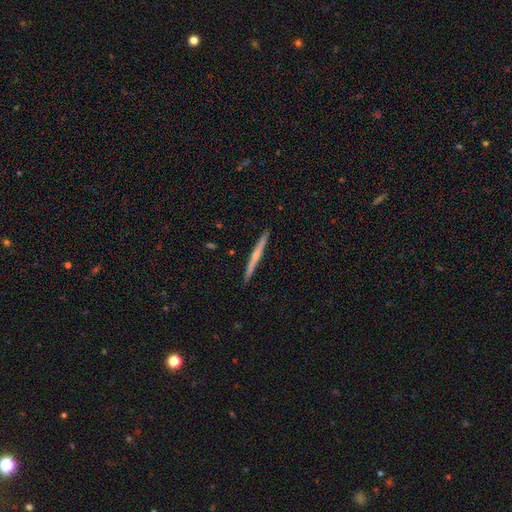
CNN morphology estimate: Smooth or featured?
  - featured or disk: 56% *
  - smooth: 38%
  - star or artifact: 6%
Edge-on disk?
  - yes: 98% *
  - no: 2%
Edge-on bulge?
  - none: 59% *
  - rounded: 36%
  - boxy: 5%
Merging?
  - none: 92% *
  - minor disturbance: 5%
  - major disturbance: 1%
  - merger: 1%